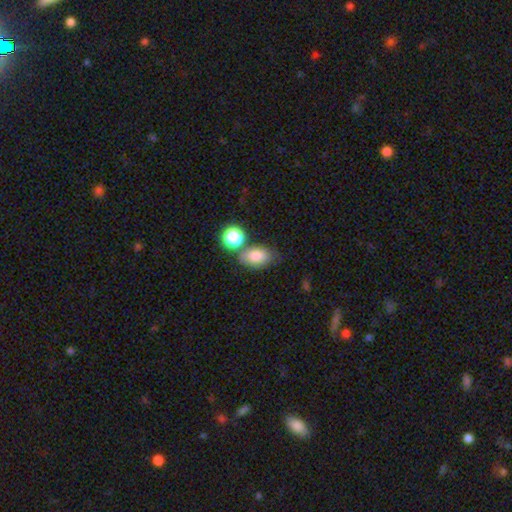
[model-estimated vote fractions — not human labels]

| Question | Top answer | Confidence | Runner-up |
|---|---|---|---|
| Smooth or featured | smooth | 81% | star or artifact (9%) |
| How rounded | in between | 85% | round (13%) |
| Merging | none | 54% | merger (23%) |